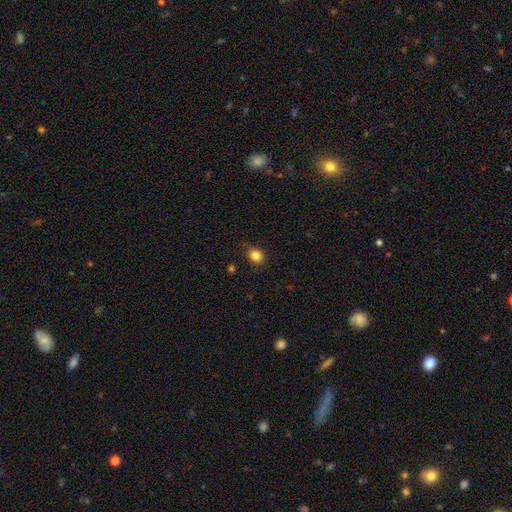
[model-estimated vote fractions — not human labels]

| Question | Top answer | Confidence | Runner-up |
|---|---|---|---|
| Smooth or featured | smooth | 85% | star or artifact (11%) |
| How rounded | round | 65% | in between (34%) |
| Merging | none | 84% | minor disturbance (12%) |